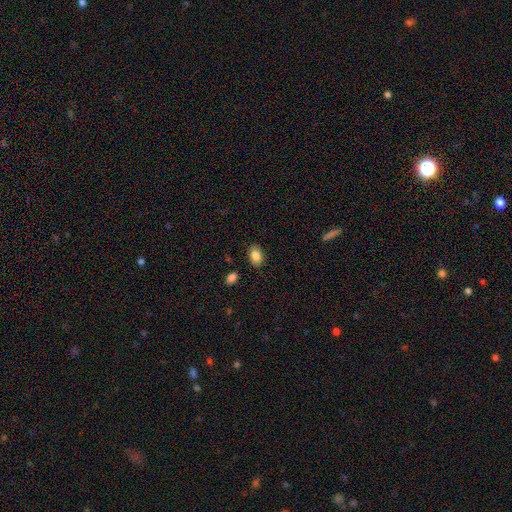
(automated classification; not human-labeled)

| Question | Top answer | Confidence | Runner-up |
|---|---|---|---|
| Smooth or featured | smooth | 85% | star or artifact (8%) |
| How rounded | in between | 84% | round (14%) |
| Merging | none | 85% | minor disturbance (11%) |